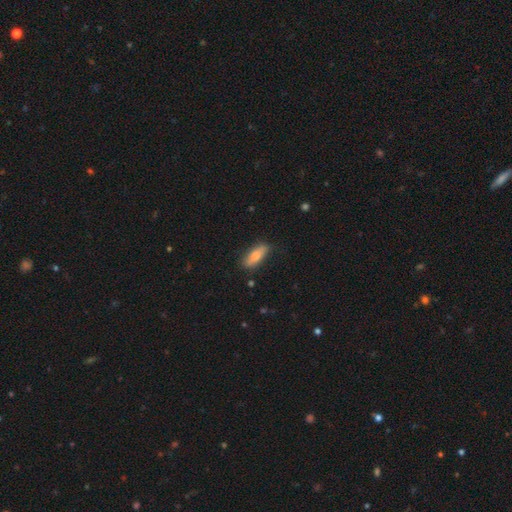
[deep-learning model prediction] This appears to be a smooth galaxy with no disk features (70%) that is in between round and cigar-shaped (59%). Merging: none (82%).